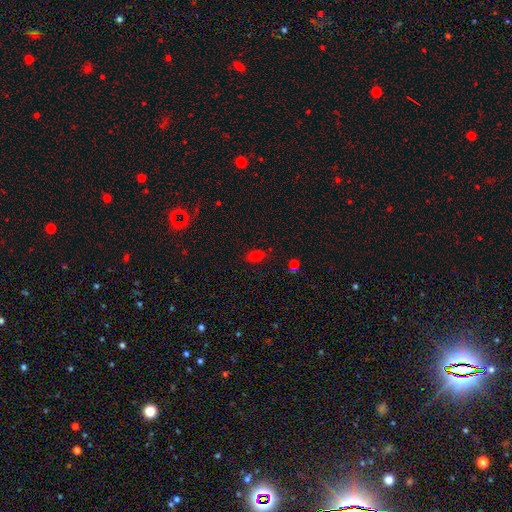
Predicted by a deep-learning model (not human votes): This appears to be a smooth galaxy with no disk features (74%) that is in between round and cigar-shaped (86%). Merging: none (81%).